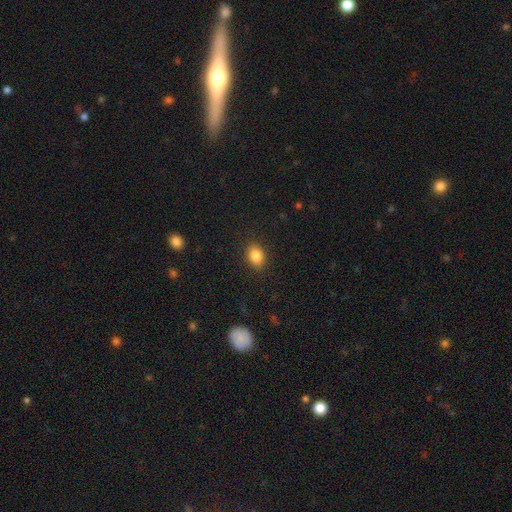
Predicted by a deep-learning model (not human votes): A smooth galaxy with no disk features (85%) that is in between round and cigar-shaped (69%).

Vote fractions:
- Smooth or featured? smooth: 85% / star or artifact: 9% / featured or disk: 6%
- How rounded? in between: 69% / round: 30% / cigar-shaped: 1%
- Merging? none: 88% / minor disturbance: 8% / major disturbance: 2% / merger: 1%